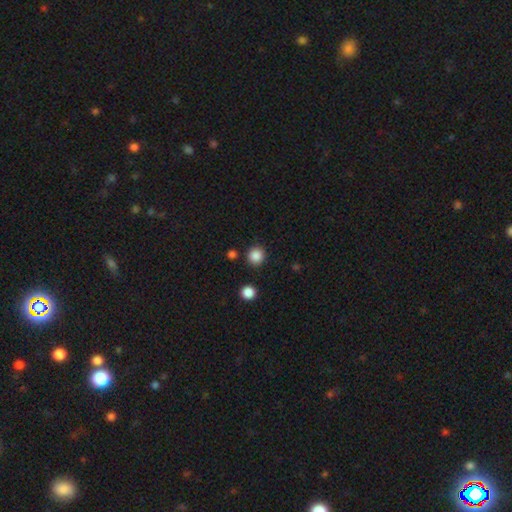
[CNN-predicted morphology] This appears to be a smooth galaxy with no disk features (86%) that is round (93%). Merging: none (88%).